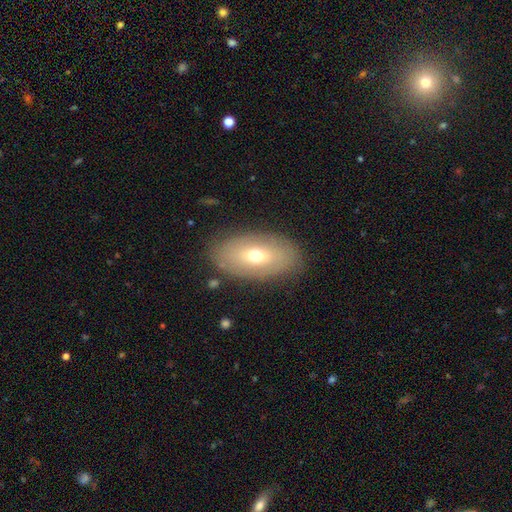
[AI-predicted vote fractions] The model was most divided on "smooth or featured": smooth: 59%, featured or disk: 33%, star or artifact: 9%. More confident: how rounded — in between (90%); merging — none (83%).